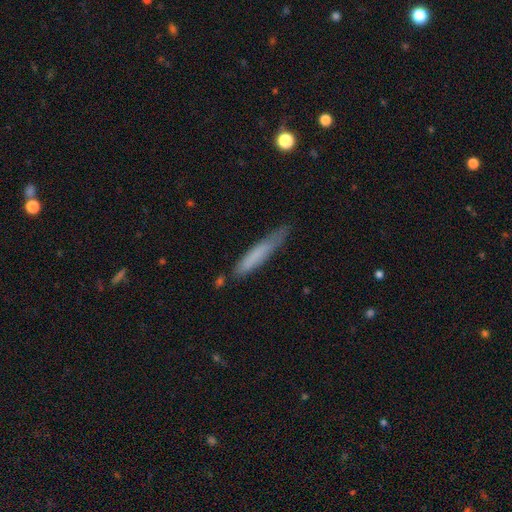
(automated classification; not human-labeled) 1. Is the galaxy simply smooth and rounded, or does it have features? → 70% smooth, 22% featured or disk, 7% star or artifact.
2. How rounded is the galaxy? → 92% cigar-shaped, 7% in between, 1% round.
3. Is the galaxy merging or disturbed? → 66% none, 25% minor disturbance, 6% major disturbance, 3% merger.